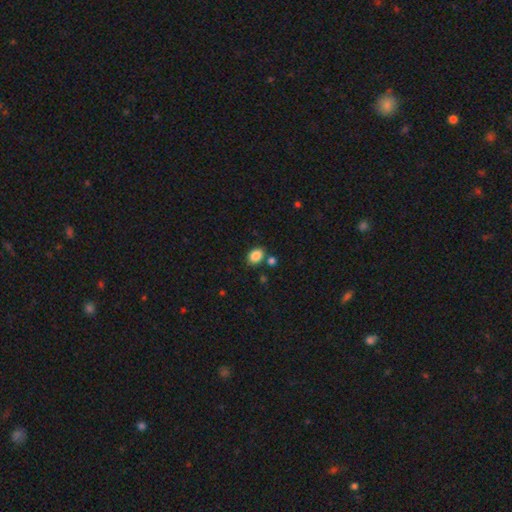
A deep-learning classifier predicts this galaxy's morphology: Smooth or featured? smooth (86%)
How rounded? in between (73%)
Merging? none (76%)